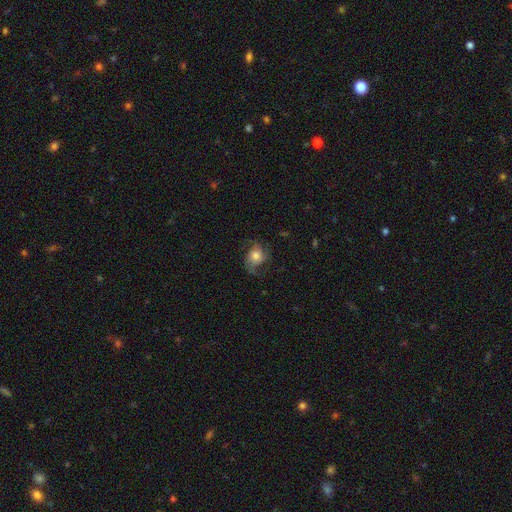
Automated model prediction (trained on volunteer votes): The model was most divided on "spiral arm count": 2: 40%, 3: 30%, can't tell: 14%, 1: 6%, 4: 6%, more than 4: 4%. Remaining: edge-on disk — no (97%); spiral arms — yes (91%); bar — no (74%); merging — none (62%); smooth or featured — featured or disk (62%); bulge size — moderate (53%); spiral winding — medium (46%).